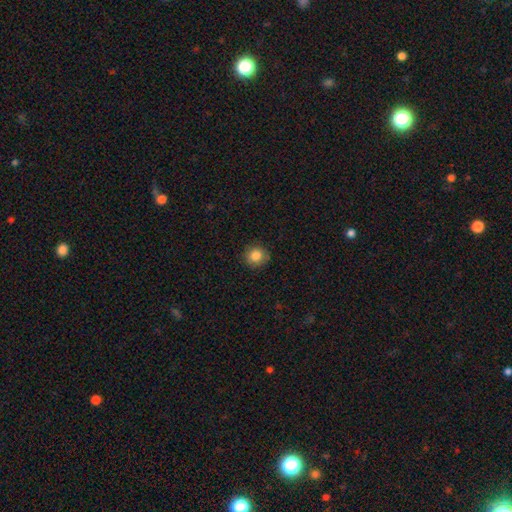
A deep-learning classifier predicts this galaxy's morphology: Smooth or featured: smooth — 84% (star or artifact — 10%)
How rounded: round — 91% (in between — 8%)
Merging: none — 89% (minor disturbance — 8%)